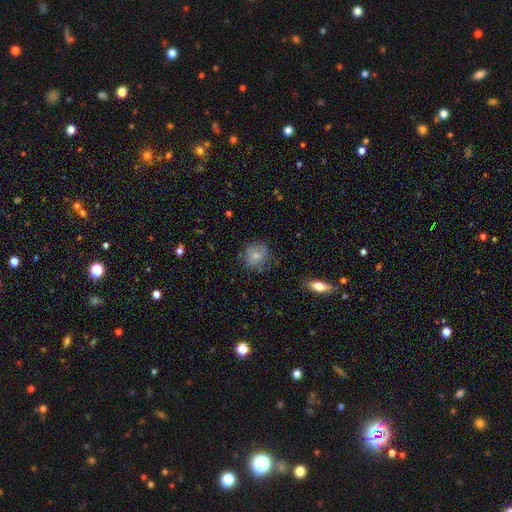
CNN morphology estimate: smooth_or_featured: smooth (p=0.74) [alt: featured or disk p=0.17]
how_rounded: round (p=0.74) [alt: in between p=0.24]
merging: none (p=0.71) [alt: minor disturbance p=0.20]